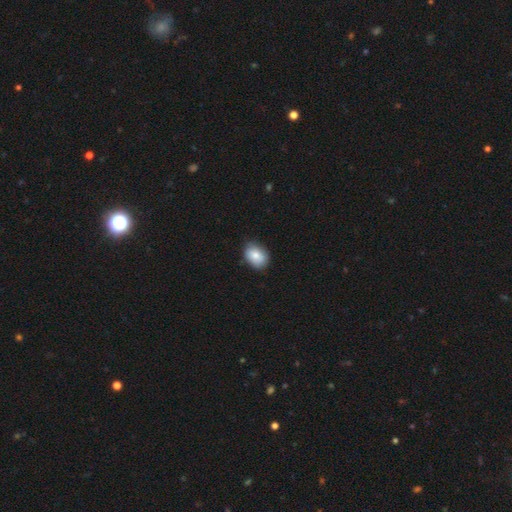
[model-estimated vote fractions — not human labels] Overall: smooth (81%). How rounded: in between (77%). Merging: none (79%).